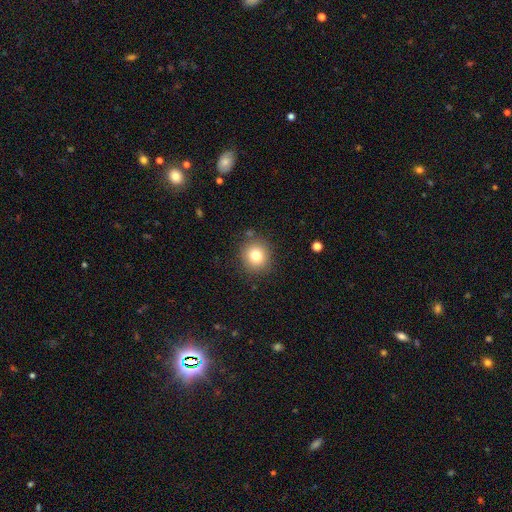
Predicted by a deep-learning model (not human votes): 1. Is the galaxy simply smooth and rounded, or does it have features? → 78% smooth, 12% star or artifact, 10% featured or disk.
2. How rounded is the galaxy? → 91% round, 8% in between, 1% cigar-shaped.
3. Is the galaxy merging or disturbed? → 86% none, 8% minor disturbance, 3% major disturbance, 2% merger.